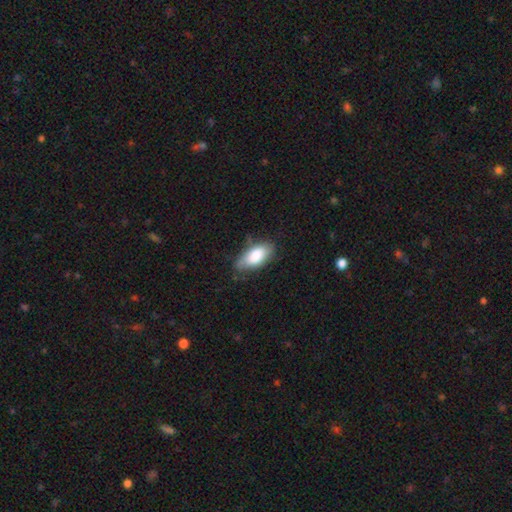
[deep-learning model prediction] smooth_or_featured: smooth (p=0.81) [alt: featured or disk p=0.13]
how_rounded: in between (p=0.91) [alt: cigar-shaped p=0.07]
merging: none (p=0.63) [alt: minor disturbance p=0.29]